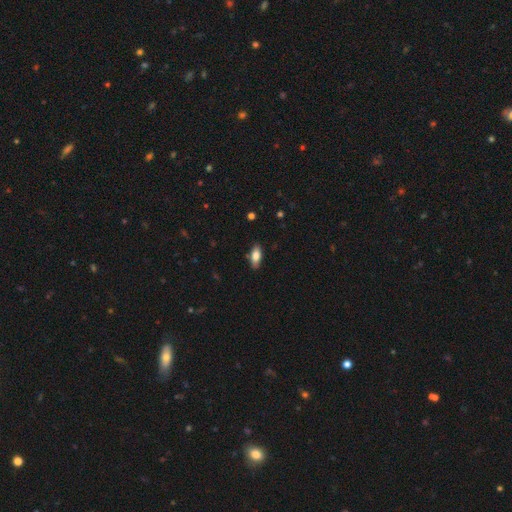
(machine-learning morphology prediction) This is likely a smooth galaxy (79%). How rounded: clearly in between (83%). Merging: clearly none (82%).